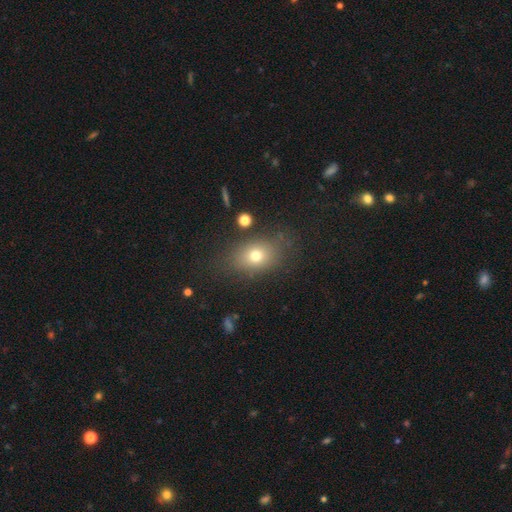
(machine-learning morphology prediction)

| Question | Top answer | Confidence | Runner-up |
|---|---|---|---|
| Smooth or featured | smooth | 72% | star or artifact (14%) |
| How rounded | in between | 67% | round (31%) |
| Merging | none | 77% | minor disturbance (14%) |